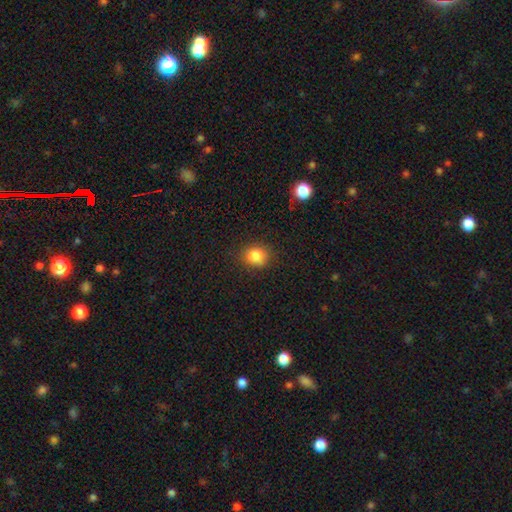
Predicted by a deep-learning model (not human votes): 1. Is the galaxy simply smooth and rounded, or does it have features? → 84% smooth, 11% star or artifact, 5% featured or disk.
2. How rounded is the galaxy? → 69% round, 30% in between, 1% cigar-shaped.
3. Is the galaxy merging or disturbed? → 85% none, 11% minor disturbance, 3% major disturbance, 1% merger.